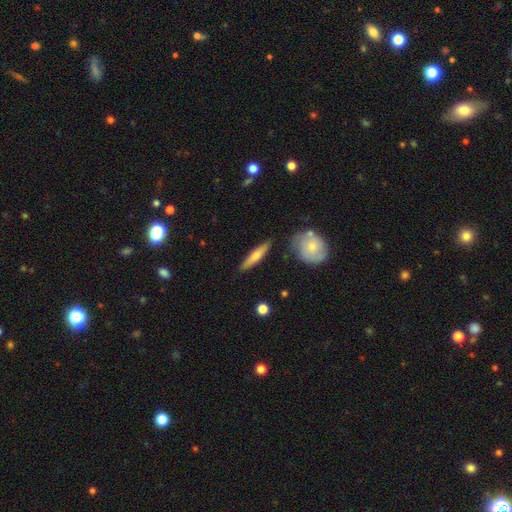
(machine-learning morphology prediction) Smooth or featured? Predicted: smooth (p=0.61). How rounded? Predicted: cigar-shaped (p=0.85). Merging? Predicted: none (p=0.85).